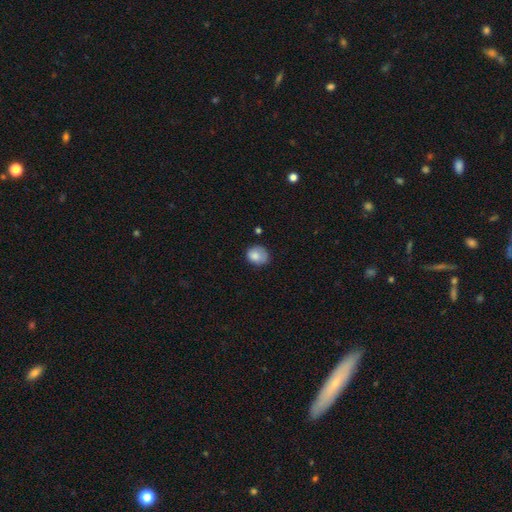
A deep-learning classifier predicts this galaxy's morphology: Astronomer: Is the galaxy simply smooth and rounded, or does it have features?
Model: smooth — 81%.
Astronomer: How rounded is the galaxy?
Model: round — 58% (runner-up: in between, 41%).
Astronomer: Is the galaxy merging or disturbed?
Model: none — 57%.